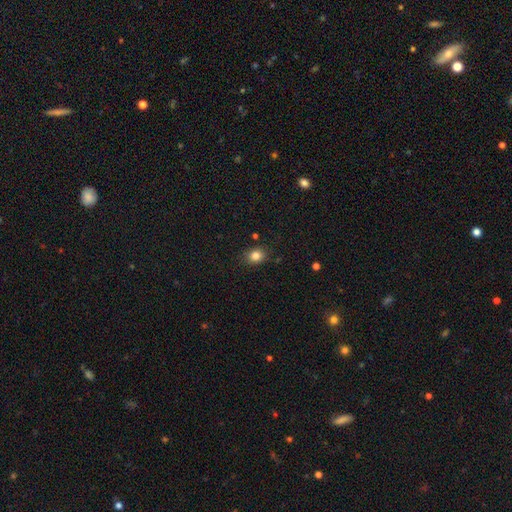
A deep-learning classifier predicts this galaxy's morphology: A smooth galaxy with no disk features (83%) that is round (56%). Merging: none (83%).